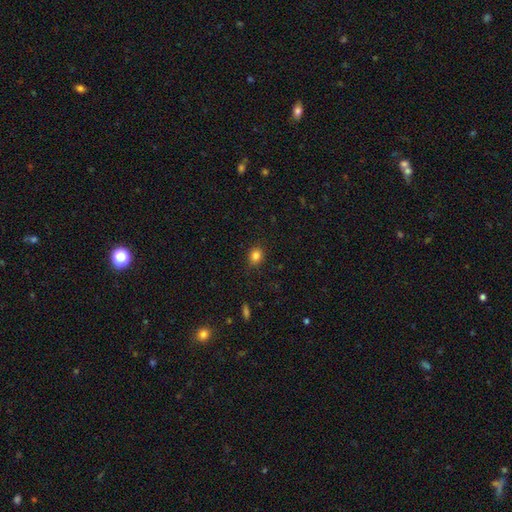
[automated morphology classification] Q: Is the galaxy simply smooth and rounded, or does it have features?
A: smooth — 83%.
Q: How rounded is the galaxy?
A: round — 67%.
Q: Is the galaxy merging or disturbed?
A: none — 86%.